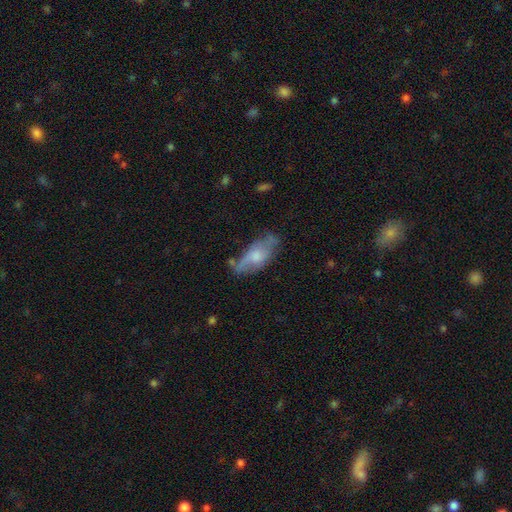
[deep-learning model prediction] smooth_or_featured: smooth (p=0.49) [alt: featured or disk p=0.44]
merging: none (p=0.53) [alt: minor disturbance p=0.29]